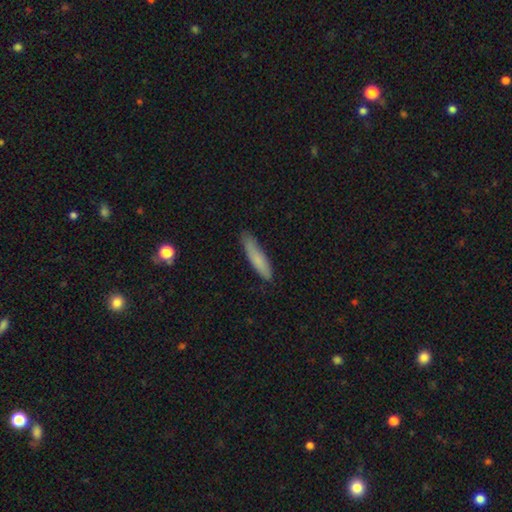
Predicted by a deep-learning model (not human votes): This is likely a smooth galaxy (78%). How rounded: clearly cigar-shaped (84%). Merging: clearly none (81%).